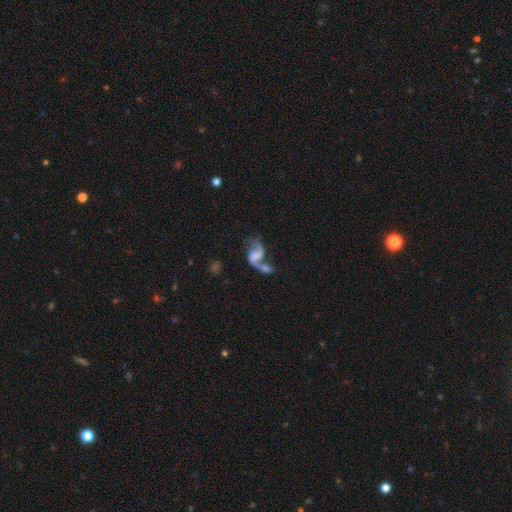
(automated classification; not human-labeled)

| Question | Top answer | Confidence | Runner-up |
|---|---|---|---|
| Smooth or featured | featured or disk | 75% | smooth (17%) |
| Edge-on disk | no | 97% | yes (3%) |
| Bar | no | 47% | weak (39%) |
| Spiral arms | yes | 88% | no (12%) |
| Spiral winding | loose | 74% | medium (22%) |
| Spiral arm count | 2 | 81% | 1 (13%) |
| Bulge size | none | 49% | small (23%) |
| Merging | merger | 47% | none (26%) |